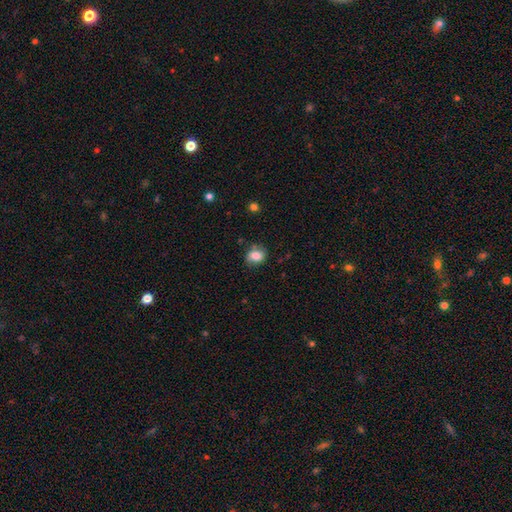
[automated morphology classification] type=smooth (80%); roundness=in between (53%); merging=none (69%).